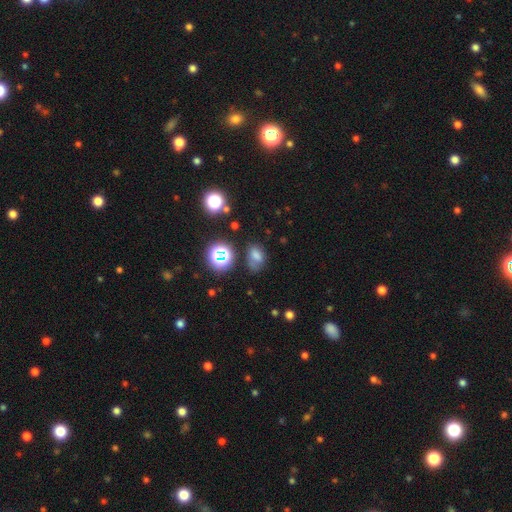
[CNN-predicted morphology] Overall: smooth (62%; star or artifact 26%). How rounded: in between (73%). Merging: none (54%; minor disturbance 27%).